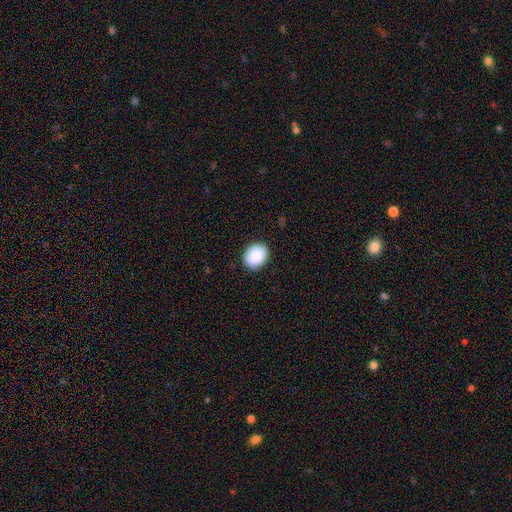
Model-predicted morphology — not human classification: The model was most divided on "how rounded": in between: 57%, round: 42%, cigar-shaped: 1%. More confident: merging — none (88%); smooth or featured — smooth (87%).